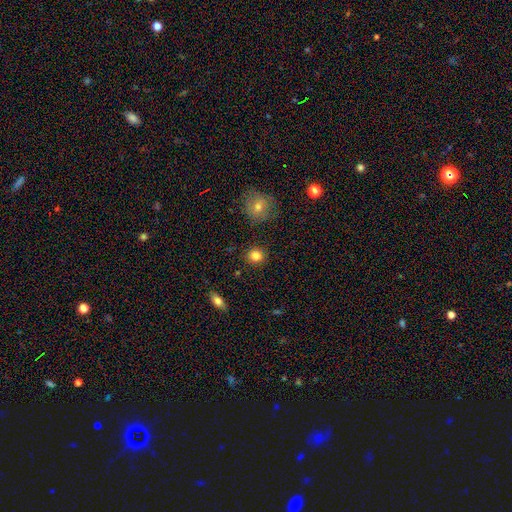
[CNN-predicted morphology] Q: Smooth or featured?
A: smooth (83%); runner-up: star or artifact (11%)
Q: How rounded?
A: round (88%); runner-up: in between (11%)
Q: Merging?
A: none (90%); runner-up: minor disturbance (6%)